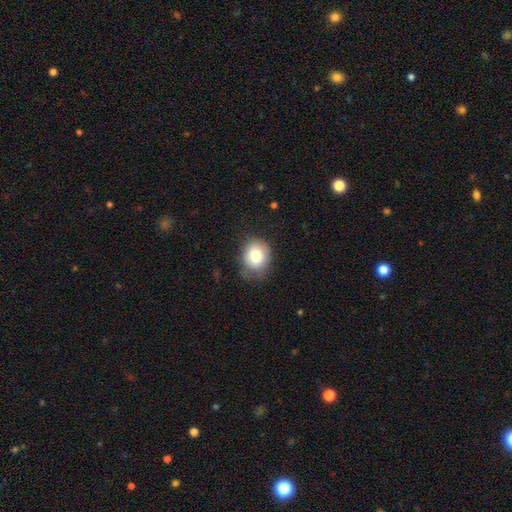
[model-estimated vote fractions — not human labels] The model was most divided on "how rounded": round: 69%, in between: 30%, cigar-shaped: 1%. More confident: smooth or featured — smooth (78%); merging — none (70%).